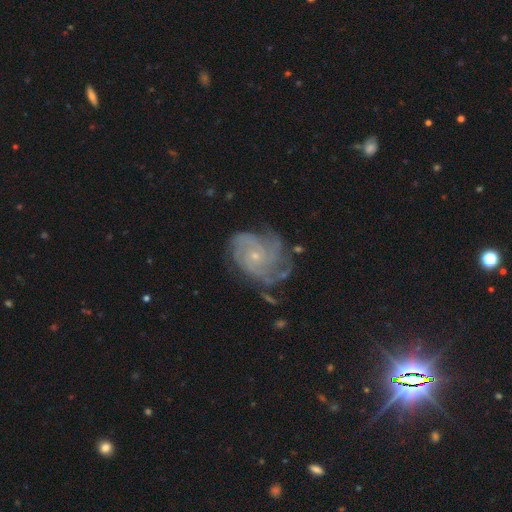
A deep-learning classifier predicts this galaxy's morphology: Smooth or featured? Predicted: featured or disk (p=0.87). Edge-on disk? Predicted: no (p=0.98). Bar? Predicted: no (p=0.78). Spiral arms? Predicted: yes (p=0.97). Spiral winding? Predicted: tight (p=0.60). Spiral arm count? Predicted: 4 (p=0.29). Bulge size? Predicted: small (p=0.81). Merging? Predicted: none (p=0.60).